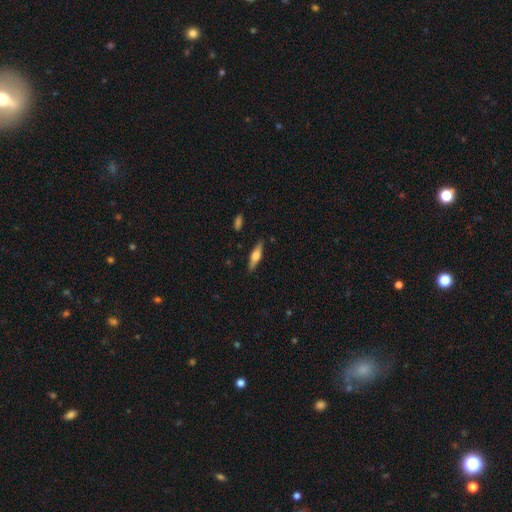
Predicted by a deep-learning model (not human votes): A featured or disk galaxy (55%) viewed edge-on (95%) with a rounded central bulge (89%).

Vote fractions:
- Smooth or featured? featured or disk: 55% / smooth: 38% / star or artifact: 6%
- Edge-on disk? yes: 95% / no: 5%
- Edge-on bulge? rounded: 89% / boxy: 8% / none: 3%
- Merging? none: 87% / minor disturbance: 9% / major disturbance: 2% / merger: 1%